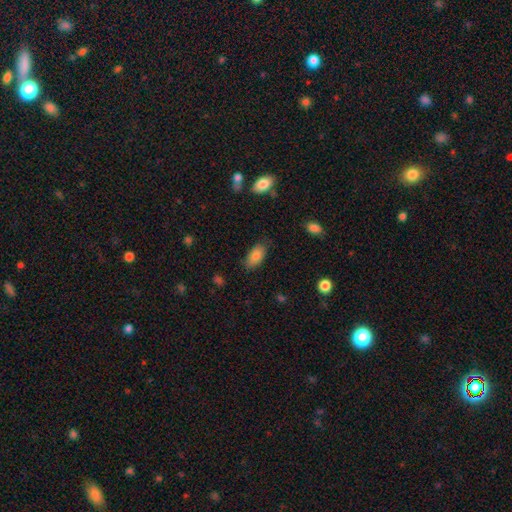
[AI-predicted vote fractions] The model was most divided on "merging": none: 80%, minor disturbance: 15%, major disturbance: 3%, merger: 1%. More confident: how rounded — in between (92%); smooth or featured — smooth (83%).